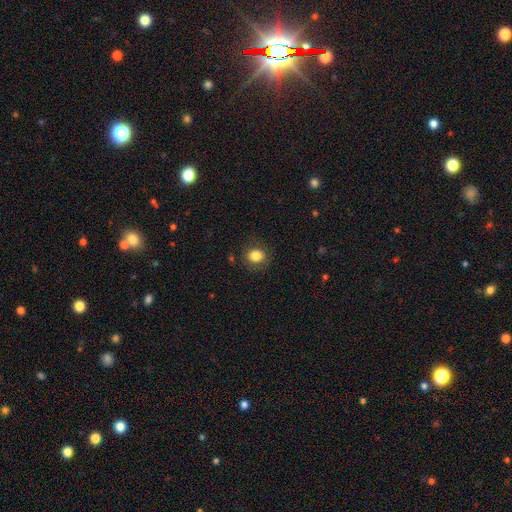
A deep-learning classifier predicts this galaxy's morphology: Smooth or featured? smooth (83%)
How rounded? round (73%)
Merging? none (84%)